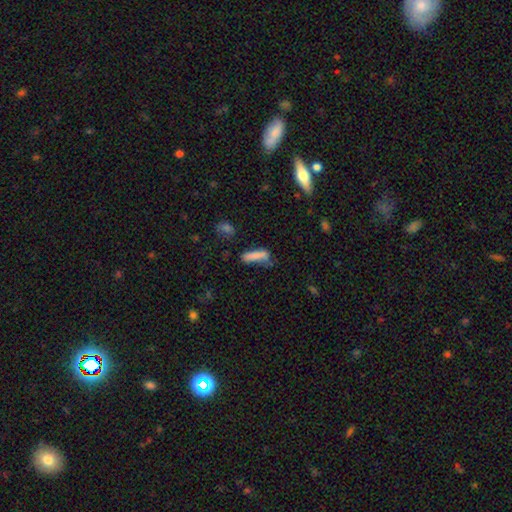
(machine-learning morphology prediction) Q: Smooth or featured?
A: smooth (80%); runner-up: featured or disk (11%)
Q: How rounded?
A: cigar-shaped (71%); runner-up: in between (27%)
Q: Merging?
A: none (56%); runner-up: minor disturbance (26%)